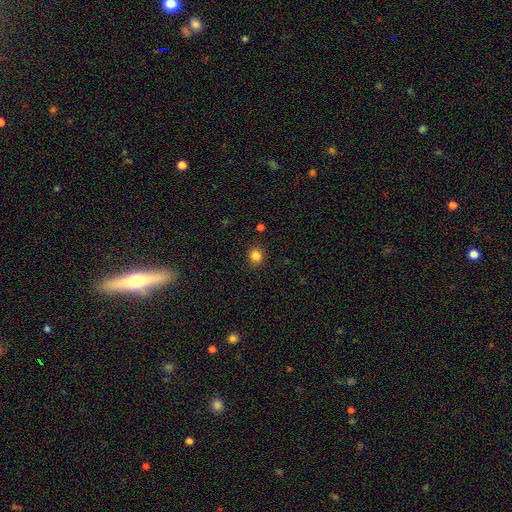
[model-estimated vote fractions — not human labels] A smooth galaxy with no disk features (83%) that is round (87%). Merging: none (91%).